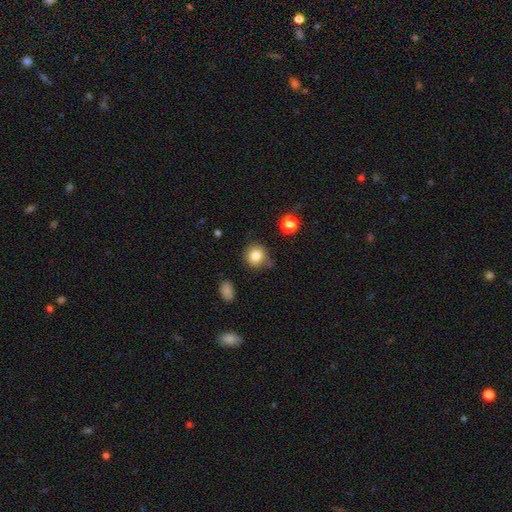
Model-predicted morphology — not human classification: Smooth or featured? smooth (83%)
How rounded? round (86%)
Merging? none (71%)